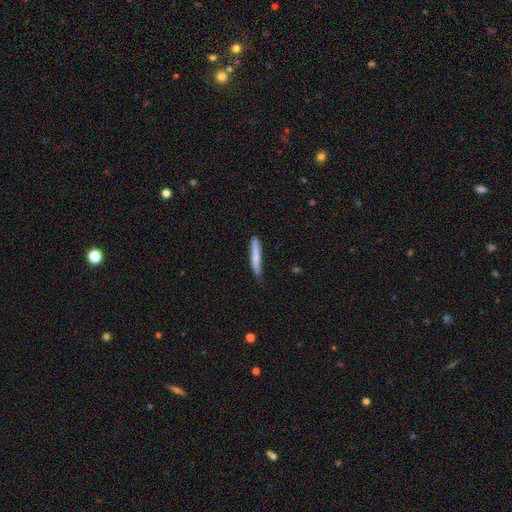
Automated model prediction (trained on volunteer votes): smooth-or-featured: smooth: 77% | featured or disk: 18% | star or artifact: 5%
  how-rounded: cigar-shaped: 94% | in between: 4% | round: 1%
  merging: none: 77% | minor disturbance: 19% | major disturbance: 3% | merger: 2%